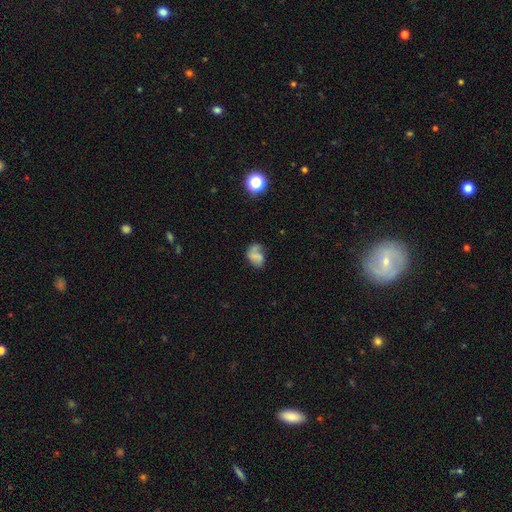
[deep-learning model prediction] smooth_or_featured: smooth (p=0.52) [alt: featured or disk p=0.36]
how_rounded: in between (p=0.73) [alt: round p=0.25]
merging: none (p=0.43) [alt: minor disturbance p=0.26]